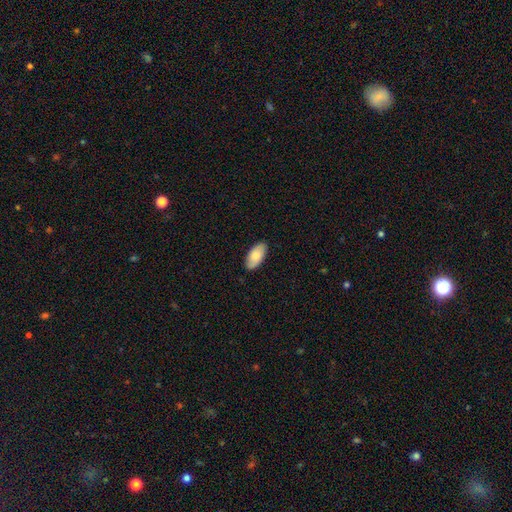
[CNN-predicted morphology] smooth_or_featured: smooth (p=0.81) [alt: featured or disk p=0.13]
how_rounded: in between (p=0.94) [alt: cigar-shaped p=0.04]
merging: none (p=0.87) [alt: minor disturbance p=0.11]